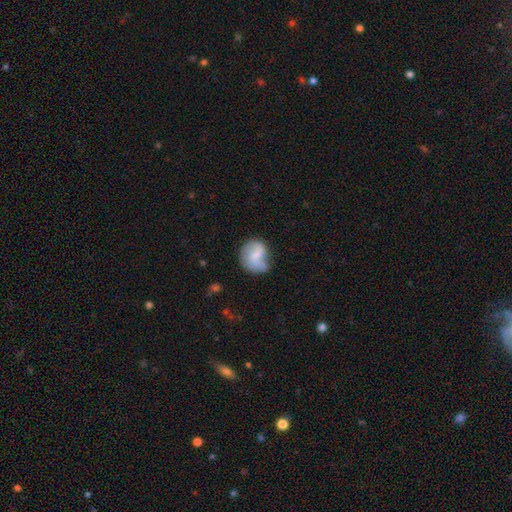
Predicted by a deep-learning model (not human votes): Smooth or featured? Predicted: smooth (p=0.51). How rounded? Predicted: round (p=0.69). Merging? Predicted: none (p=0.43).